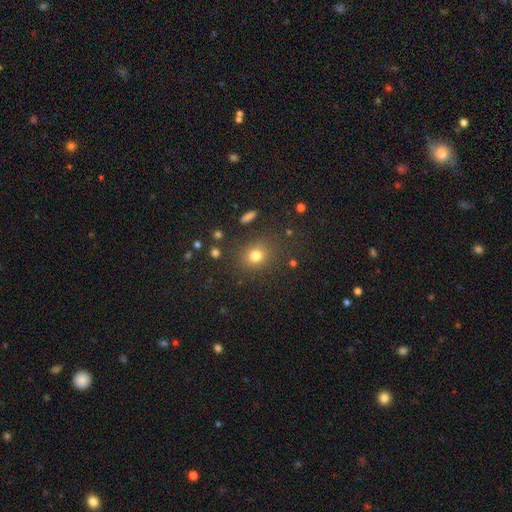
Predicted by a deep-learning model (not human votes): Overall: smooth (78%). How rounded: round (66%; in between 33%). Merging: none (81%).